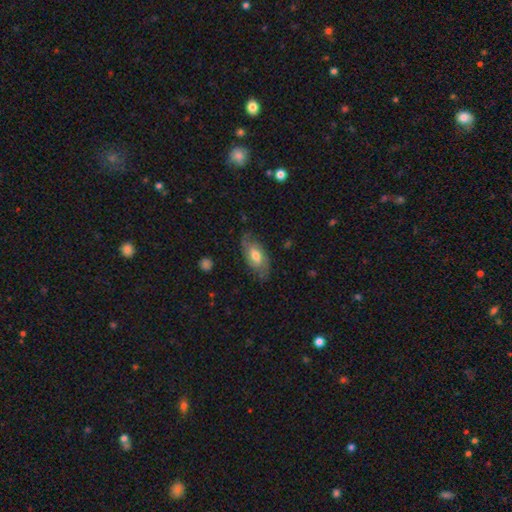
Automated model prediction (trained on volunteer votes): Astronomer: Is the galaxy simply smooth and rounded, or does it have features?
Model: featured or disk — 59% (runner-up: smooth, 35%).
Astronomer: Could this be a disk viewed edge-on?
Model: no — 91%.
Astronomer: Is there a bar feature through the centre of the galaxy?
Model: no — 51% (runner-up: weak, 40%).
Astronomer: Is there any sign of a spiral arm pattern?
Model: yes — 83%.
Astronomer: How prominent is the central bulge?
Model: moderate — 68%.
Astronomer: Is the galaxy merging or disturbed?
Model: none — 73%.